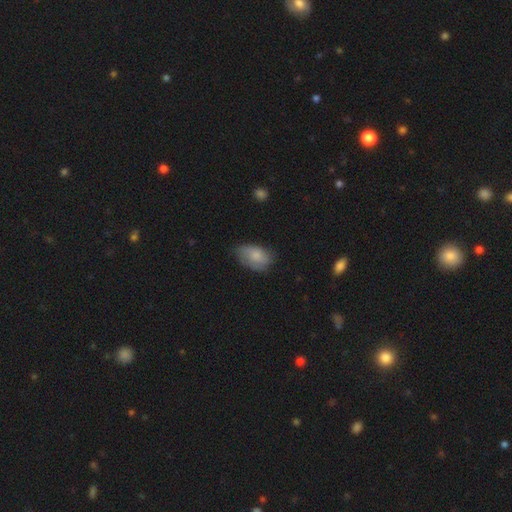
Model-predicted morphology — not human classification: A smooth galaxy with no disk features (76%) that is in between round and cigar-shaped (89%). Merging: none (57%).